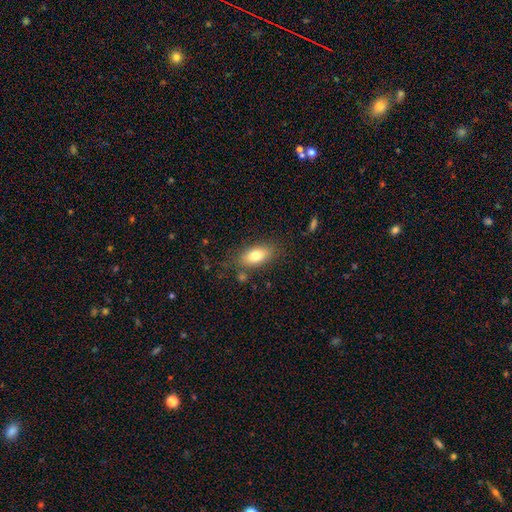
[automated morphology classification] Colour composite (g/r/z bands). It shows a smooth galaxy with no disk features (78%) that is in between round and cigar-shaped (86%). Merging: none (79%).